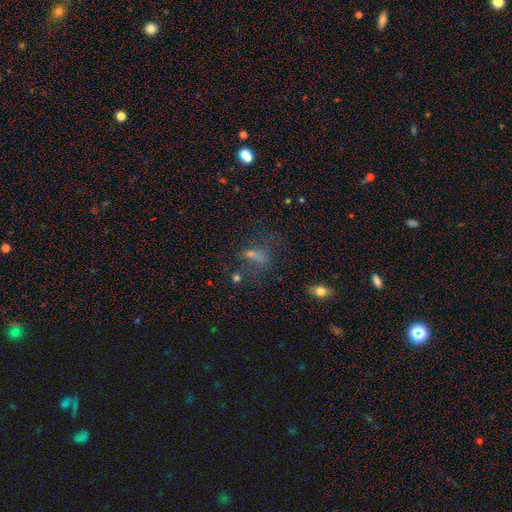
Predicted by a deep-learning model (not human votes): A smooth galaxy with no disk features (43%). Merging: none (50%).